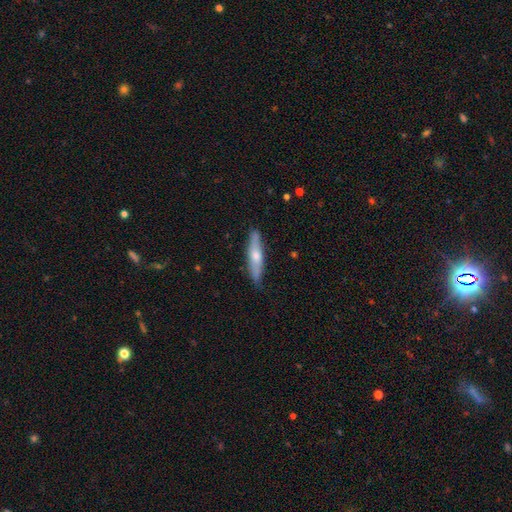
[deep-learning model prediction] A smooth galaxy with no disk features (48%).

Vote fractions:
- Smooth or featured? smooth: 48% / featured or disk: 46% / star or artifact: 6%
- Merging? none: 86% / minor disturbance: 11% / major disturbance: 2% / merger: 1%